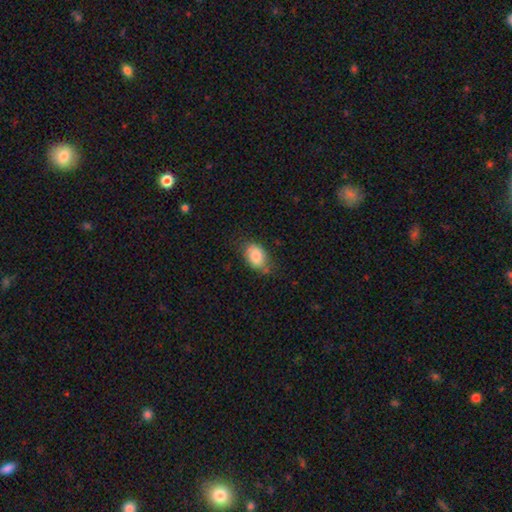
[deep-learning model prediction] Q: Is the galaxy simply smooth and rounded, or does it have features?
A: smooth — 82%.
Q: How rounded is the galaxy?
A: in between — 80%.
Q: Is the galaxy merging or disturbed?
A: none — 62%.